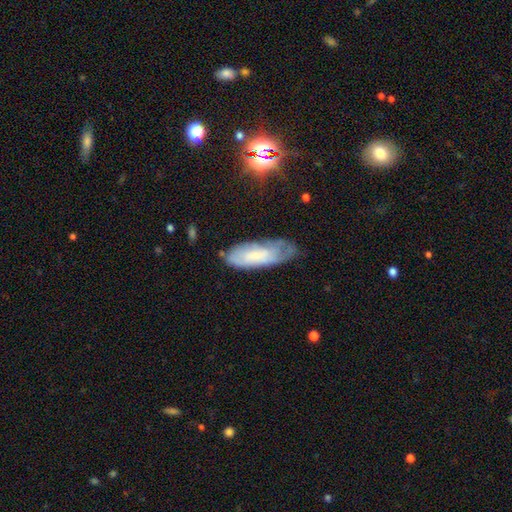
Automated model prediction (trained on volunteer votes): Smooth or featured: smooth — 48% (featured or disk — 43%)
Merging: none — 57% (minor disturbance — 31%)